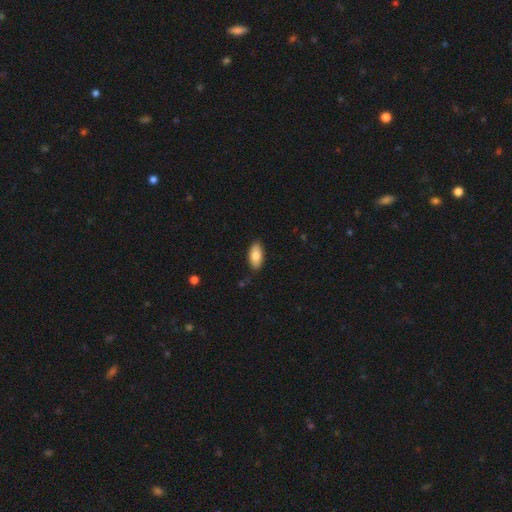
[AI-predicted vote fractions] A smooth galaxy with no disk features (81%) that is in between round and cigar-shaped (91%). Merging: none (87%).